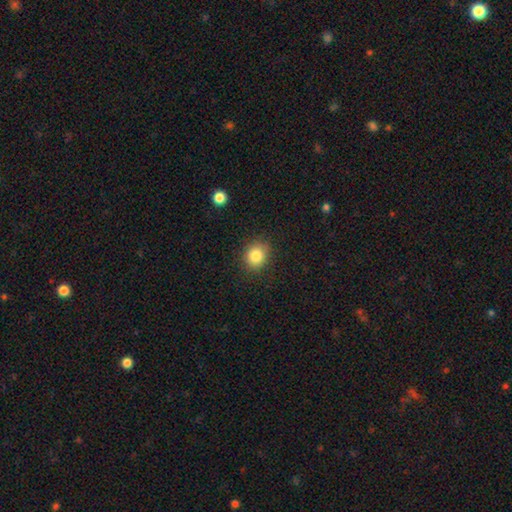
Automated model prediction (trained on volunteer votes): A smooth galaxy with no disk features (85%) that is round (74%). Merging: none (85%).